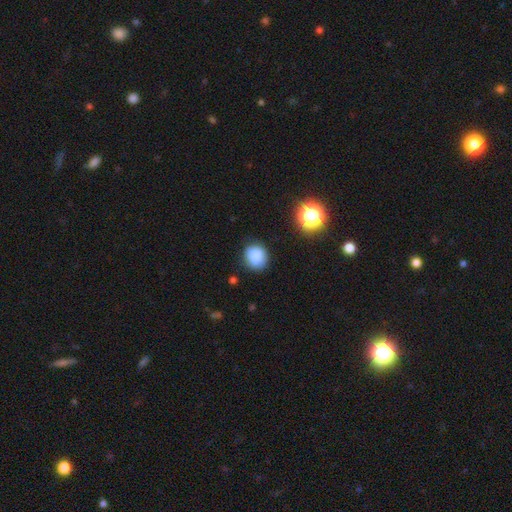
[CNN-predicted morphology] The model was most divided on "how rounded": round: 77%, in between: 22%, cigar-shaped: 1%. More confident: smooth or featured — smooth (83%); merging — none (80%).